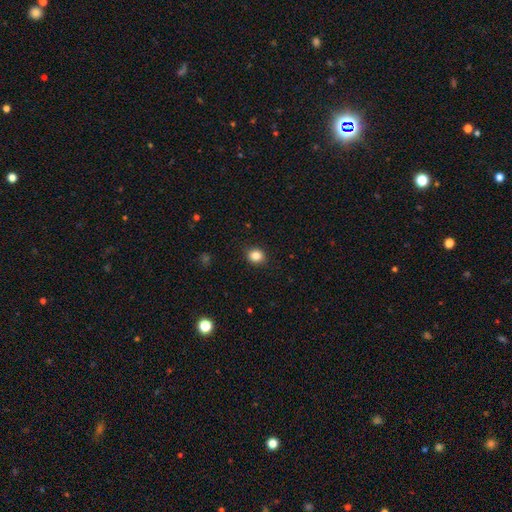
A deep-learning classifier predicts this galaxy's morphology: This is clearly a smooth galaxy (85%). How rounded: likely round (71%). Merging: clearly none (90%).